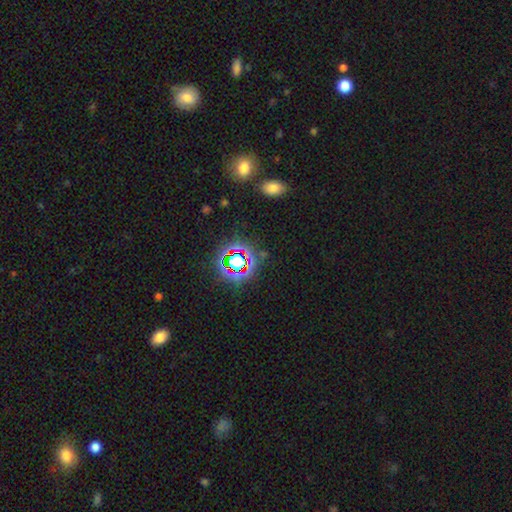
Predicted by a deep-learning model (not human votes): The model was most divided on "smooth or featured": star or artifact: 74%, smooth: 17%, featured or disk: 10%.